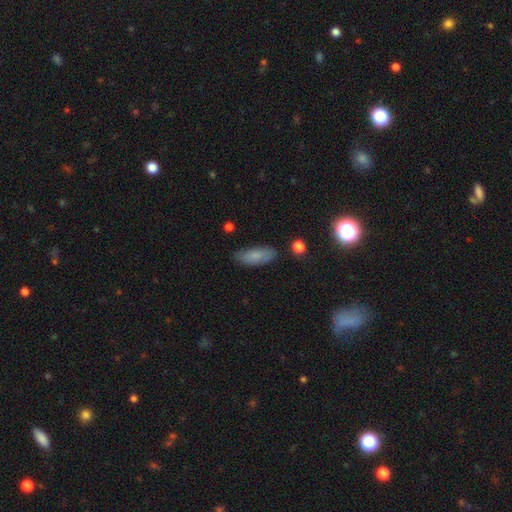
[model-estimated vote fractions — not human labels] Morphology: type=smooth (79%); roundness=in between (72%); merging=none (80%).